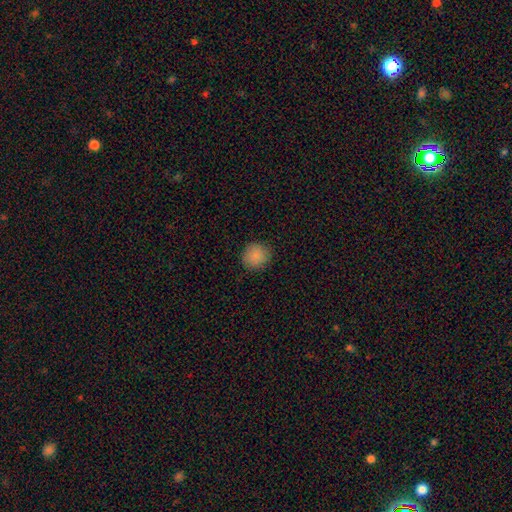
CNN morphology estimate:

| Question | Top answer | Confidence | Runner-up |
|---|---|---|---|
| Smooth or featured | smooth | 88% | star or artifact (9%) |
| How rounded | round | 90% | in between (9%) |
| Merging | none | 88% | minor disturbance (9%) |